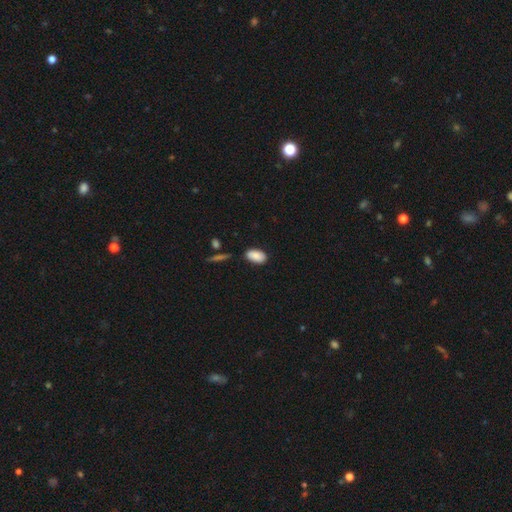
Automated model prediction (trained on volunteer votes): smooth-or-featured: smooth: 87% | star or artifact: 7% | featured or disk: 6%
  how-rounded: in between: 94% | round: 4% | cigar-shaped: 2%
  merging: none: 79% | minor disturbance: 15% | merger: 3% | major disturbance: 3%